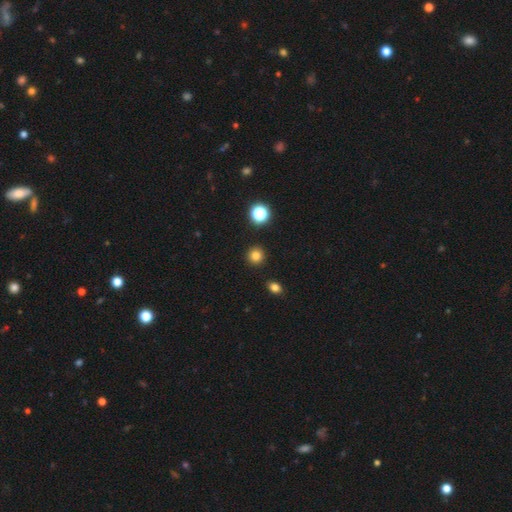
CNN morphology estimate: A smooth galaxy with no disk features (81%) that is round (93%). Merging: none (91%).